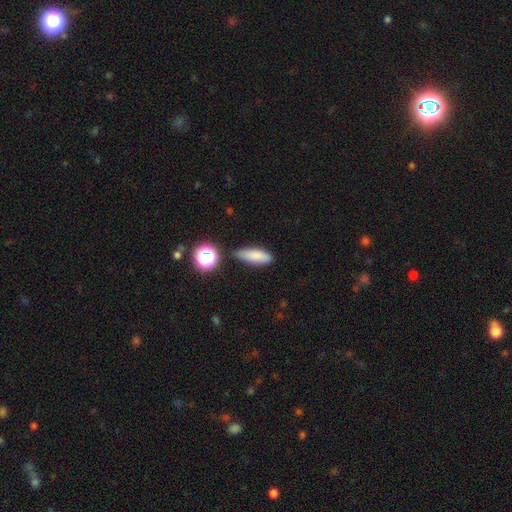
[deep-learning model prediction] Smooth or featured?
  - smooth: 81% *
  - star or artifact: 11%
  - featured or disk: 8%
How rounded?
  - in between: 58% *
  - cigar-shaped: 37%
  - round: 5%
Merging?
  - none: 72% *
  - minor disturbance: 17%
  - merger: 6%
  - major disturbance: 4%